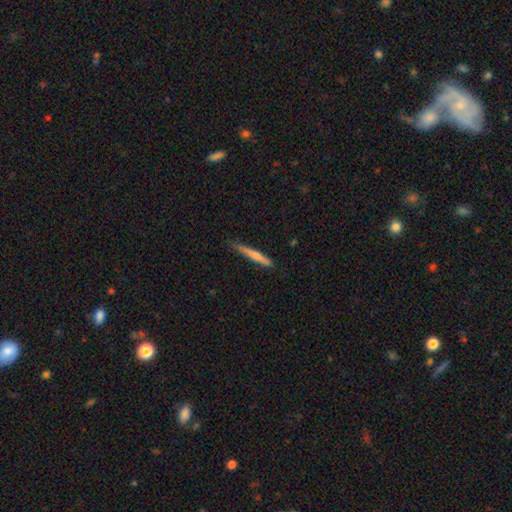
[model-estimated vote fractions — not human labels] Q: Smooth or featured?
A: smooth (65%); runner-up: featured or disk (30%)
Q: How rounded?
A: cigar-shaped (95%); runner-up: in between (4%)
Q: Merging?
A: none (71%); runner-up: minor disturbance (23%)